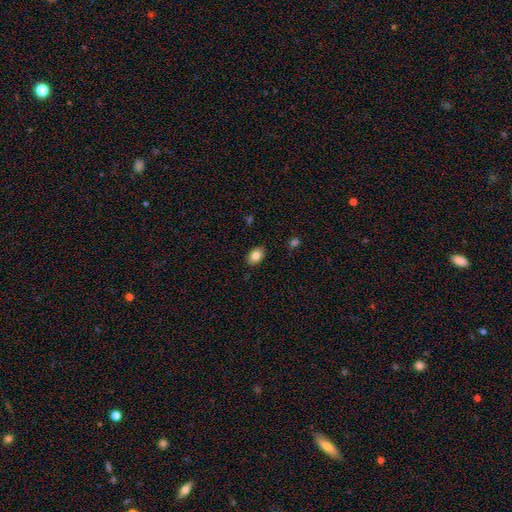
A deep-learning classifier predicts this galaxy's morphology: Smooth or featured?
  - smooth: 83% *
  - featured or disk: 9%
  - star or artifact: 8%
How rounded?
  - in between: 81% *
  - round: 17%
  - cigar-shaped: 1%
Merging?
  - none: 88% *
  - minor disturbance: 9%
  - major disturbance: 2%
  - merger: 1%